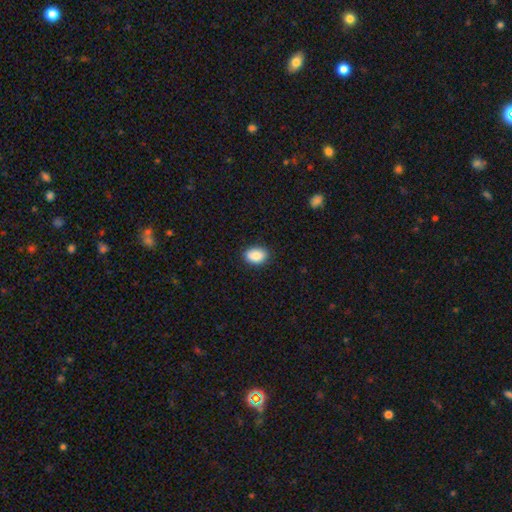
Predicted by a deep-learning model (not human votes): Q: Smooth or featured?
A: smooth (88%); runner-up: star or artifact (7%)
Q: How rounded?
A: in between (79%); runner-up: round (20%)
Q: Merging?
A: none (85%); runner-up: minor disturbance (12%)